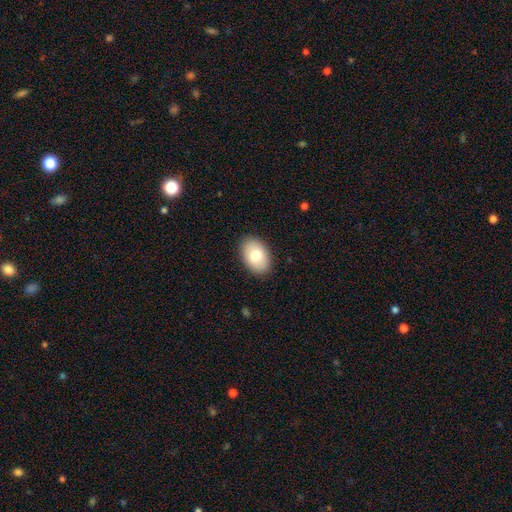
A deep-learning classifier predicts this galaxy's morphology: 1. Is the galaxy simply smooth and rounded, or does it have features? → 78% smooth, 15% featured or disk, 7% star or artifact.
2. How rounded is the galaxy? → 87% in between, 12% round, 1% cigar-shaped.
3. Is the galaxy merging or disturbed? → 89% none, 8% minor disturbance, 2% major disturbance, 1% merger.